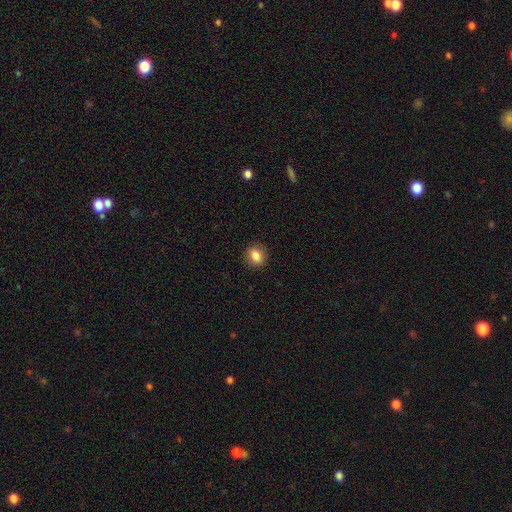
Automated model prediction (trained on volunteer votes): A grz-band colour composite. It shows a smooth galaxy with no disk features (84%) that is round (62%). Merging: none (89%).